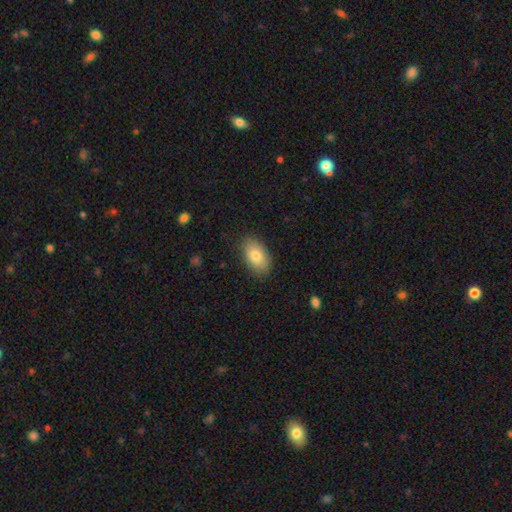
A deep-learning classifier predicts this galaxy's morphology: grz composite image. It shows a smooth galaxy with no disk features (81%) that is in between round and cigar-shaped (92%). Merging: none (85%).